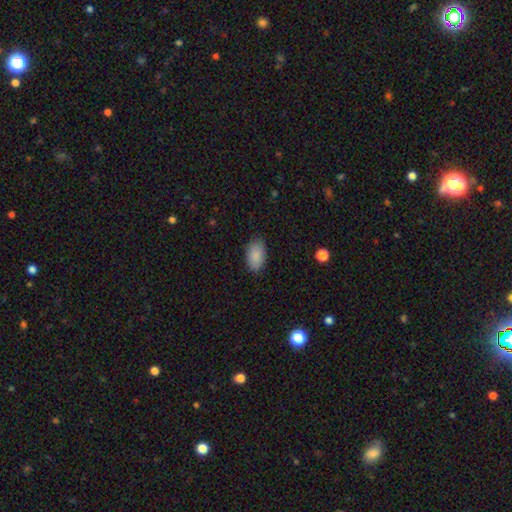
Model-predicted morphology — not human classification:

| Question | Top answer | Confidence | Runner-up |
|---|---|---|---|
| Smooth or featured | smooth | 88% | star or artifact (7%) |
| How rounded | in between | 92% | round (6%) |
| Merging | none | 83% | minor disturbance (13%) |